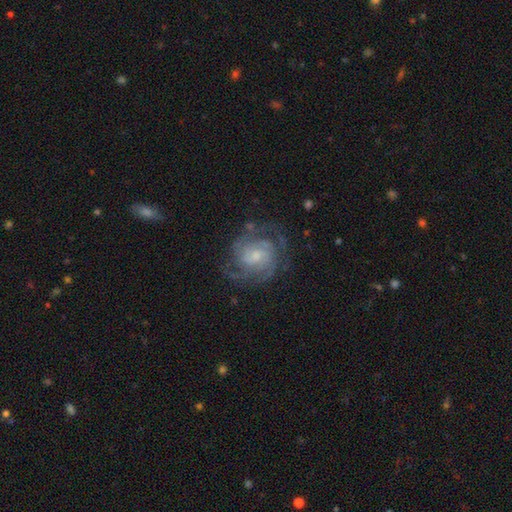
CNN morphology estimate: The model was most divided on "spiral arm count": 2: 31%, can't tell: 27%, 3: 23%, 4: 9%, 1: 5%, more than 4: 5%. More confident: edge-on disk — no (98%); spiral arms — yes (95%); smooth or featured — featured or disk (84%); merging — none (71%); spiral winding — tight (53%); bar — no (51%); bulge size — small (50%).